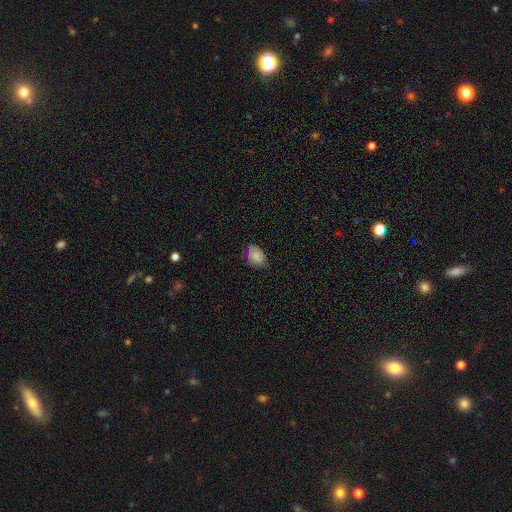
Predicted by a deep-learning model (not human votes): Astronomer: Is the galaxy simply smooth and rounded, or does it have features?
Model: smooth — 83%.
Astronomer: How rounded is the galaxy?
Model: in between — 70%.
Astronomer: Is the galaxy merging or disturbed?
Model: none — 74%.